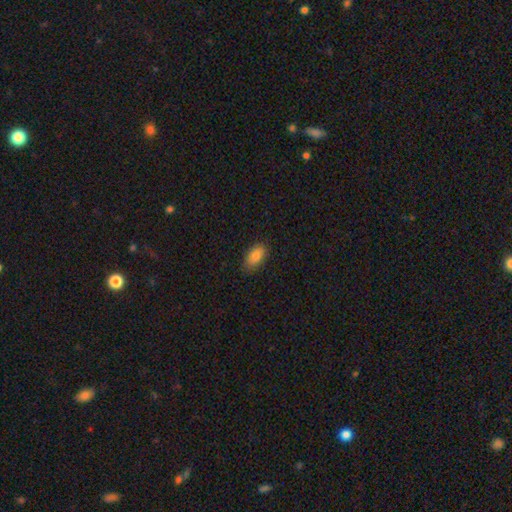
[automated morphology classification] Q: Smooth or featured?
A: smooth (85%); runner-up: star or artifact (8%)
Q: How rounded?
A: in between (91%); runner-up: round (4%)
Q: Merging?
A: none (84%); runner-up: minor disturbance (13%)